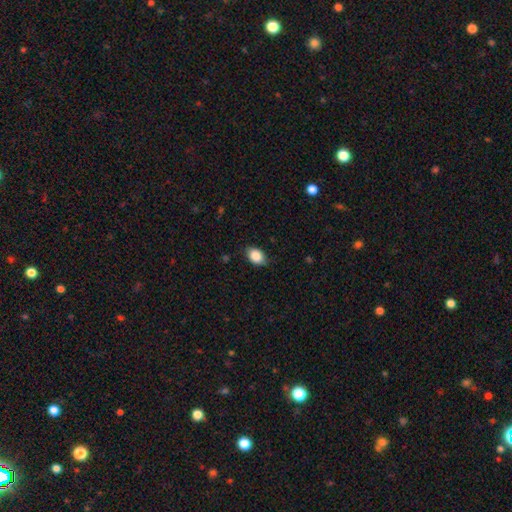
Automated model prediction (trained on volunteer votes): A smooth galaxy with no disk features (88%) that is in between round and cigar-shaped (80%).

Vote fractions:
- Smooth or featured? smooth: 88% / star or artifact: 8% / featured or disk: 5%
- How rounded? in between: 80% / round: 19% / cigar-shaped: 1%
- Merging? none: 81% / minor disturbance: 15% / major disturbance: 3% / merger: 1%